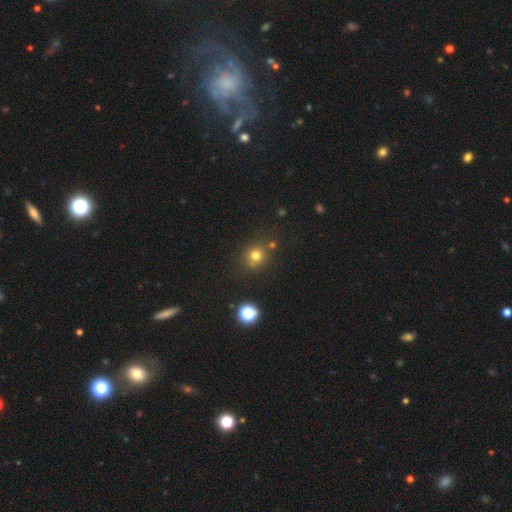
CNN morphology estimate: type=smooth (74%); roundness=round (87%); merging=none (76%).